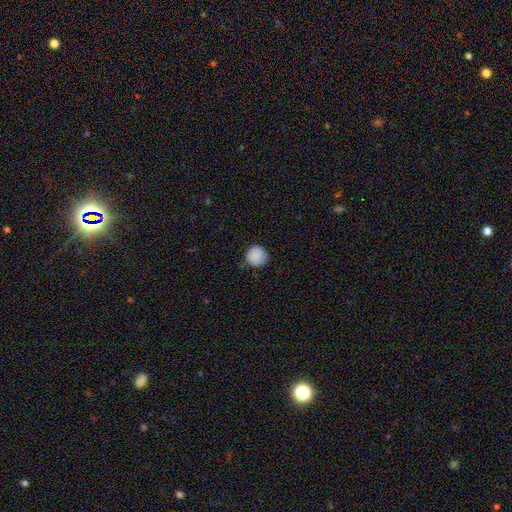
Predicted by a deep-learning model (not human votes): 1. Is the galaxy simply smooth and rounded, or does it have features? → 86% smooth, 8% star or artifact, 6% featured or disk.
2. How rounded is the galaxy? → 92% round, 7% in between, 1% cigar-shaped.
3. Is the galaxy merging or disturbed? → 79% none, 17% minor disturbance, 3% major disturbance, 1% merger.